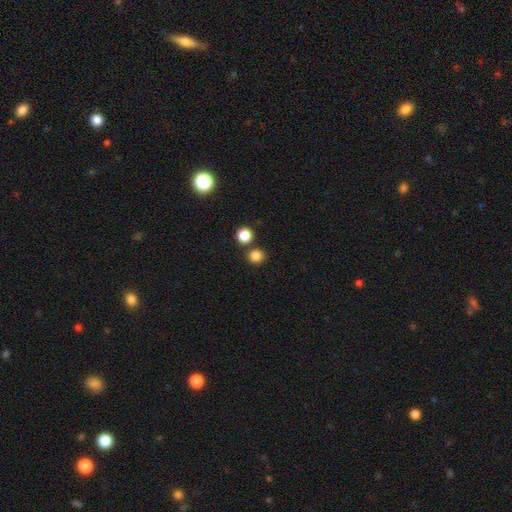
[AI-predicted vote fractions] Smooth or featured? smooth (83%)
How rounded? round (90%)
Merging? none (78%)